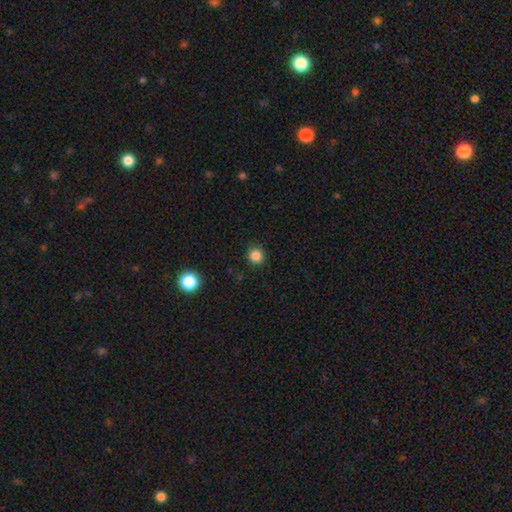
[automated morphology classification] Smooth or featured? Predicted: smooth (p=0.84). How rounded? Predicted: round (p=0.95). Merging? Predicted: none (p=0.91).